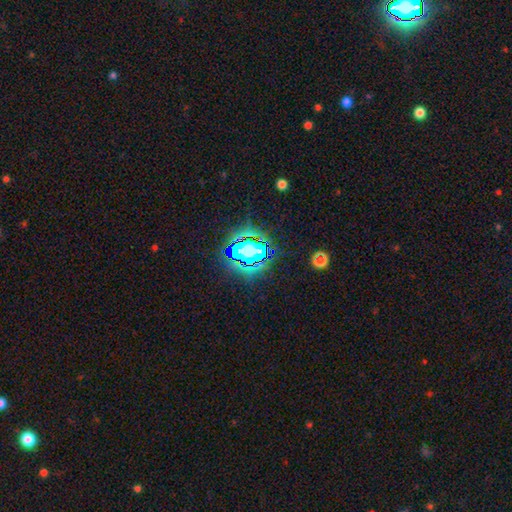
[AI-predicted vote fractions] Morphology: type=star or artifact (78%).